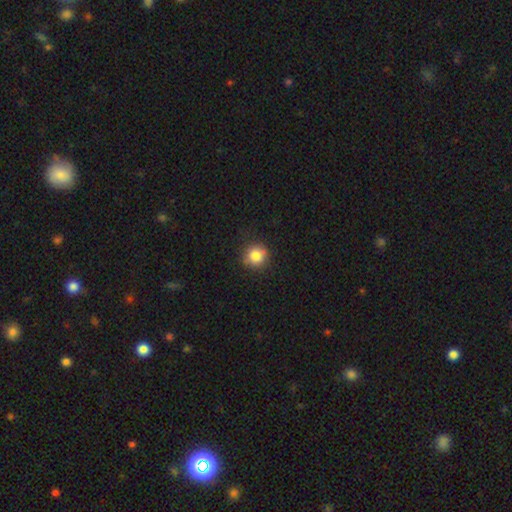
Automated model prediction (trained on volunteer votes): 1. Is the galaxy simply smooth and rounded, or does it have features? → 85% smooth, 10% star or artifact, 6% featured or disk.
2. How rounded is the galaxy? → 90% round, 9% in between, 1% cigar-shaped.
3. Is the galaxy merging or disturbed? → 85% none, 12% minor disturbance, 3% major disturbance, 1% merger.